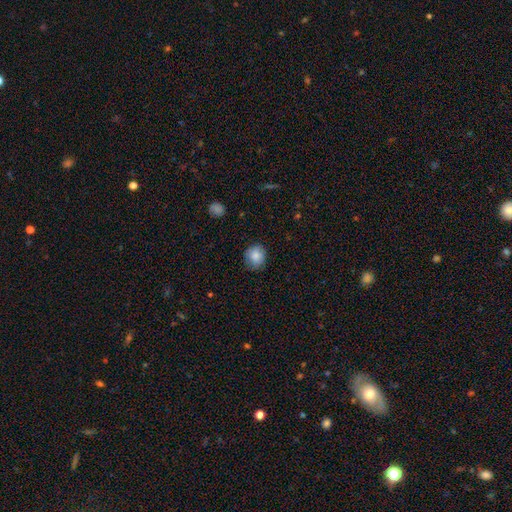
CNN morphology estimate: Smooth or featured?
  - smooth: 83% *
  - star or artifact: 8%
  - featured or disk: 8%
How rounded?
  - round: 73% *
  - in between: 26%
  - cigar-shaped: 1%
Merging?
  - none: 75% *
  - minor disturbance: 20%
  - major disturbance: 4%
  - merger: 1%